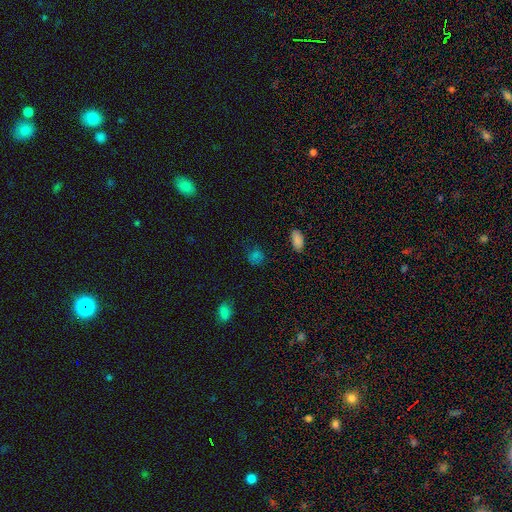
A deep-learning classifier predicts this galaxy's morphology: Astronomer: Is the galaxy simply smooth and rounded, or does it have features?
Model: smooth — 71%.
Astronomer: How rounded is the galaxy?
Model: round — 68%.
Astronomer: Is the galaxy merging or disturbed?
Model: none — 74%.